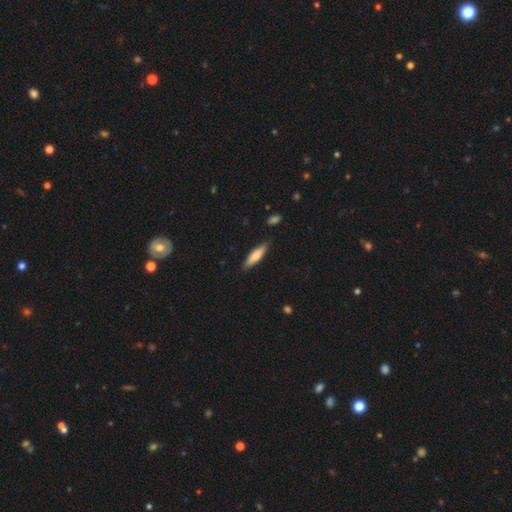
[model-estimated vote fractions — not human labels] Q: Smooth or featured?
A: smooth (70%); runner-up: featured or disk (24%)
Q: How rounded?
A: cigar-shaped (68%); runner-up: in between (31%)
Q: Merging?
A: none (85%); runner-up: minor disturbance (11%)